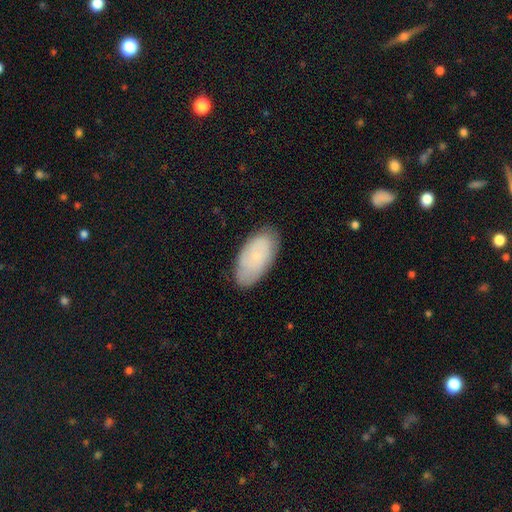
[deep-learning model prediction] Smooth or featured? smooth (65%)
How rounded? in between (94%)
Merging? none (80%)